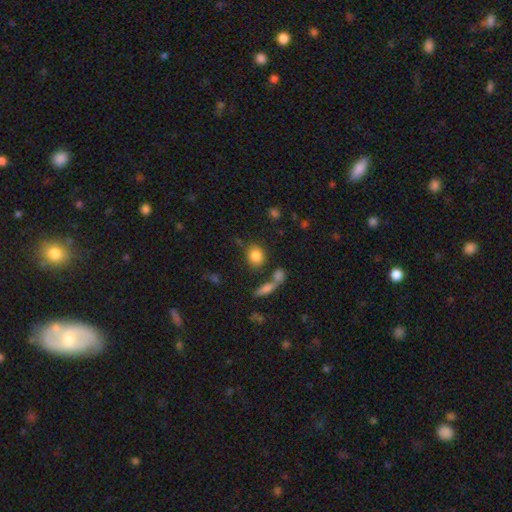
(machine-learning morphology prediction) Smooth or featured? smooth (83%)
How rounded? round (70%)
Merging? none (70%)